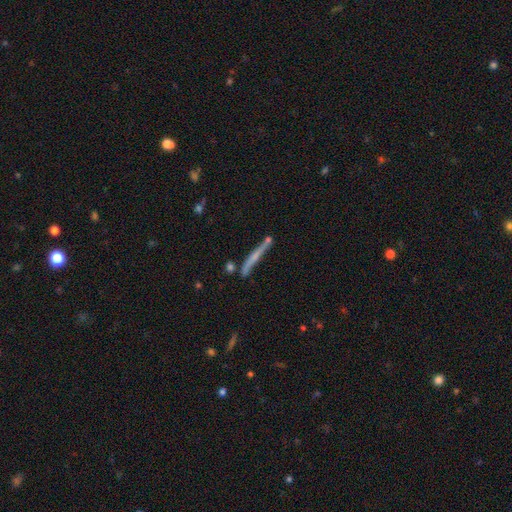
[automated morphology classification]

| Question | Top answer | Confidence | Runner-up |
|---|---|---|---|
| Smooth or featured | featured or disk | 55% | smooth (37%) |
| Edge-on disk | yes | 95% | no (5%) |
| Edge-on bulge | none | 54% | rounded (38%) |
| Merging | none | 72% | minor disturbance (16%) |